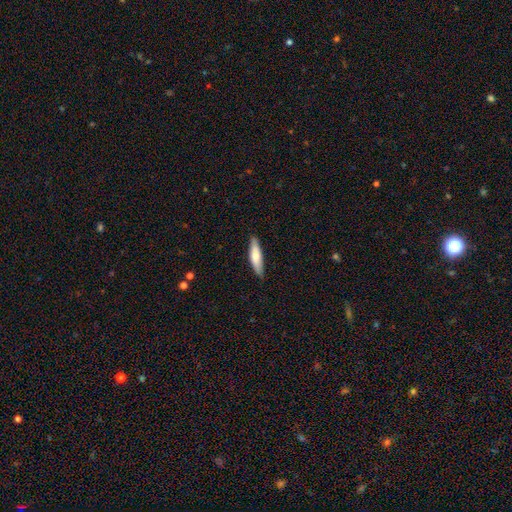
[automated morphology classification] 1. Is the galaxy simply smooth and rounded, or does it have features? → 69% smooth, 25% featured or disk, 5% star or artifact.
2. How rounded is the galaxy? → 72% cigar-shaped, 26% in between, 2% round.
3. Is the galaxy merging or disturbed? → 86% none, 11% minor disturbance, 2% major disturbance, 1% merger.